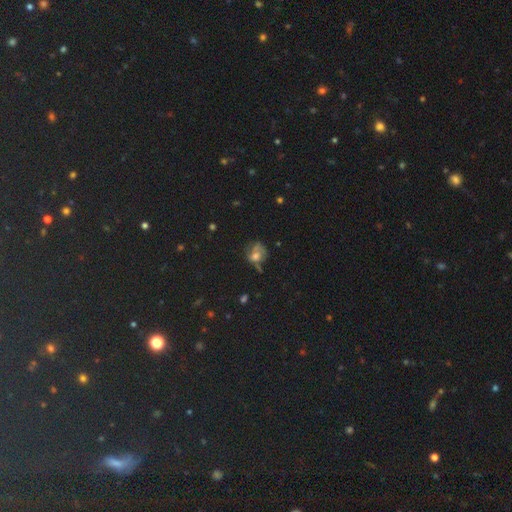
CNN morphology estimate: smooth_or_featured: smooth (p=0.56) [alt: featured or disk p=0.23]
how_rounded: round (p=0.63) [alt: in between p=0.35]
merging: none (p=0.41) [alt: minor disturbance p=0.26]